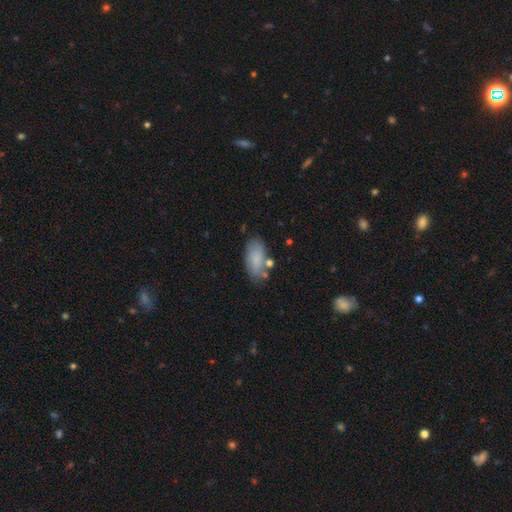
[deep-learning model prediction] smooth 76%, featured or disk 17%, star or artifact 7%. Down the decision tree: how rounded — in between (91%); merging — none (61%).